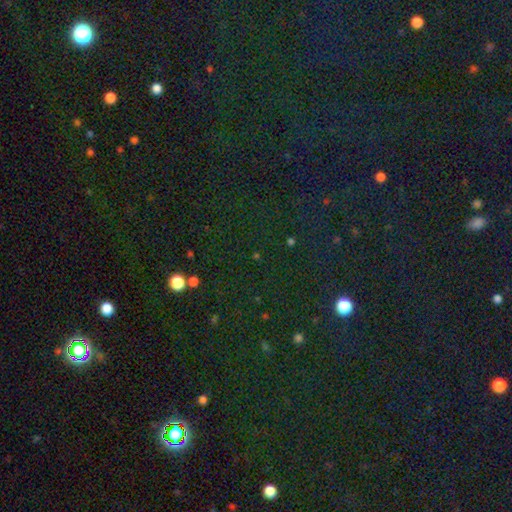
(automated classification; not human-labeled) Smooth or featured: star or artifact — 80% (smooth — 13%)